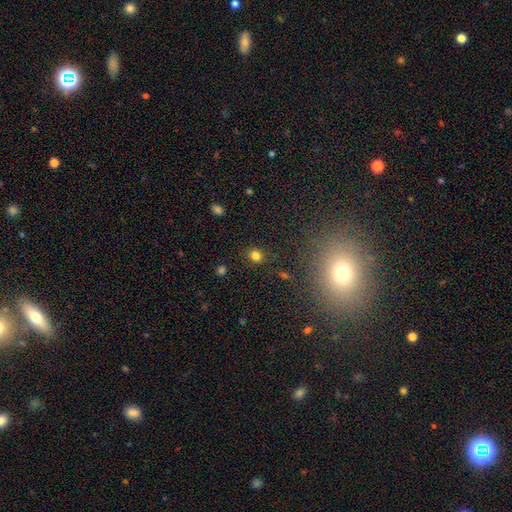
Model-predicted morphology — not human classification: This appears to be a smooth galaxy with no disk features (80%) that is round (73%). Merging: none (87%).